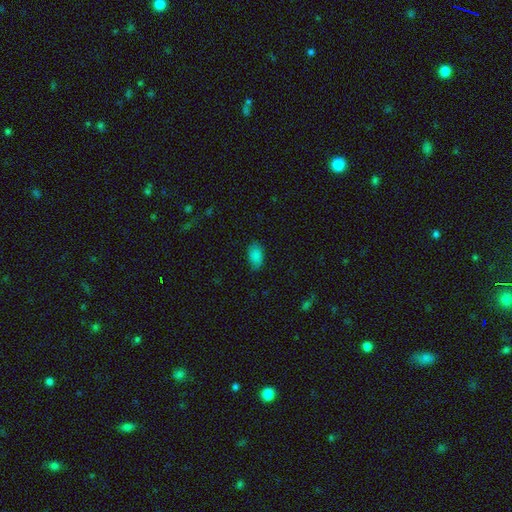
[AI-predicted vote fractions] This is clearly a smooth galaxy (85%). How rounded: clearly in between (93%). Merging: likely none (76%).